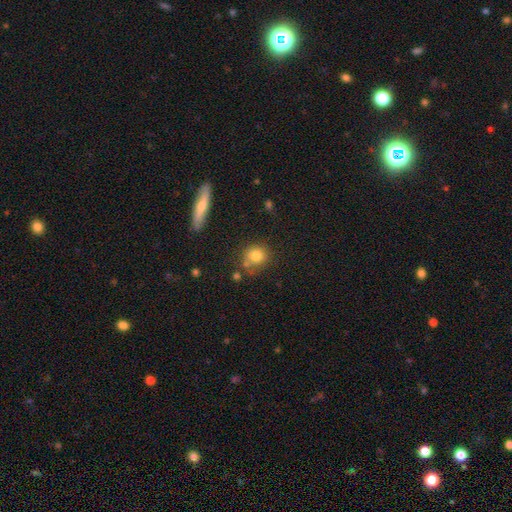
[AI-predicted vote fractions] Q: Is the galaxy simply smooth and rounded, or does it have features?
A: smooth — 80%.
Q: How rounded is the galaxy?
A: round — 81%.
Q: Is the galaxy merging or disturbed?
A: none — 65%.